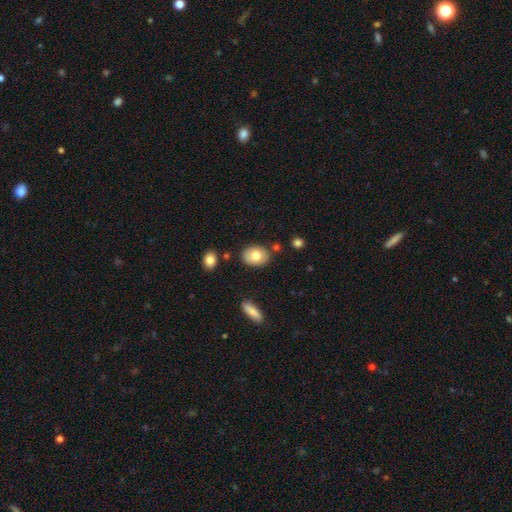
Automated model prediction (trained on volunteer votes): Morphology: type=smooth (75%); roundness=in between (74%); merging=none (82%).